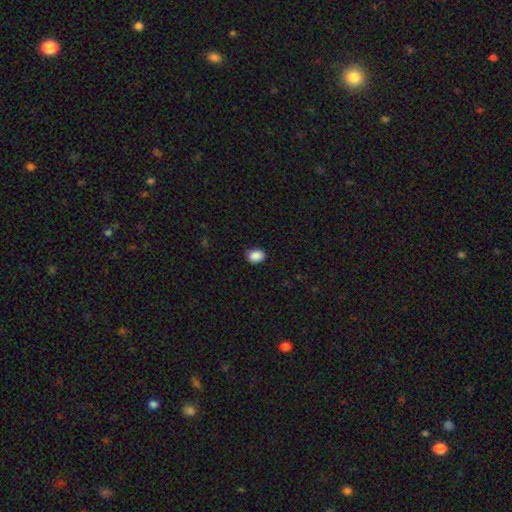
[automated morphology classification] smooth-or-featured: smooth: 88% | star or artifact: 8% | featured or disk: 3%
  how-rounded: in between: 67% | round: 32% | cigar-shaped: 1%
  merging: none: 81% | minor disturbance: 15% | major disturbance: 3% | merger: 1%